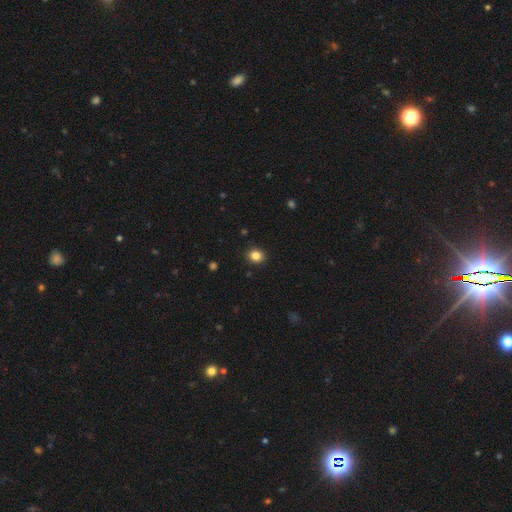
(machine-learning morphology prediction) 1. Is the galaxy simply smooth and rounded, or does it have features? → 85% smooth, 11% star or artifact, 5% featured or disk.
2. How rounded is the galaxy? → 66% round, 33% in between, 1% cigar-shaped.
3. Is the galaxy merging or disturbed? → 91% none, 7% minor disturbance, 2% major disturbance, 1% merger.